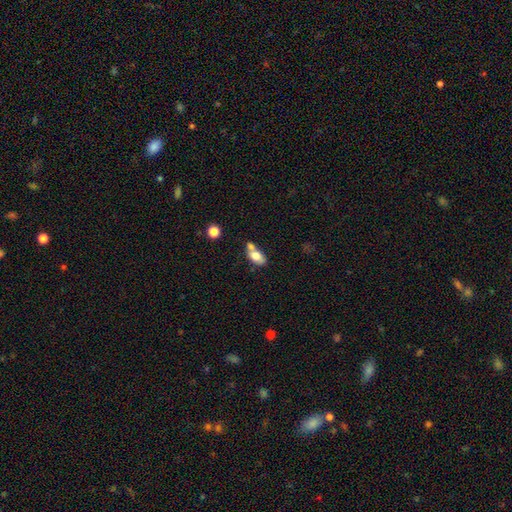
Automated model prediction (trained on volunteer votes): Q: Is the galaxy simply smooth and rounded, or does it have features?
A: smooth — 71%.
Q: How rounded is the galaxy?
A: in between — 87%.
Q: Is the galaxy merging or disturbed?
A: none — 41%.